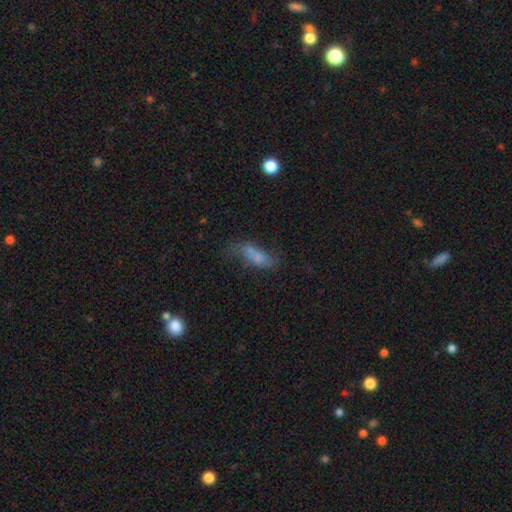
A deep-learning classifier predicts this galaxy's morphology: smooth-or-featured: smooth: 58% | featured or disk: 30% | star or artifact: 12%
  how-rounded: in between: 63% | cigar-shaped: 32% | round: 5%
  merging: none: 36% | minor disturbance: 22% | merger: 21% | major disturbance: 20%